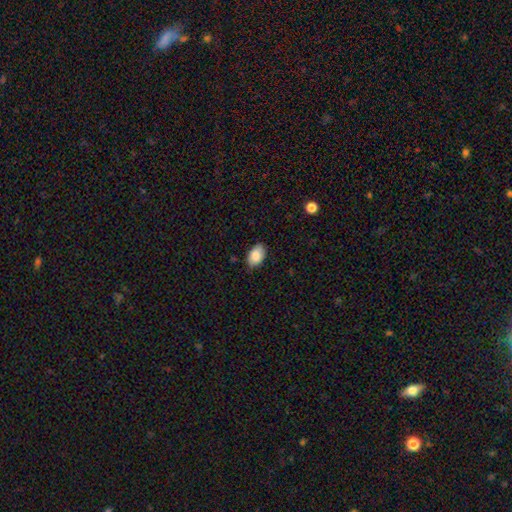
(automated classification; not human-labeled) This appears to be a smooth galaxy with no disk features (86%) that is in between round and cigar-shaped (91%). Merging: none (80%).